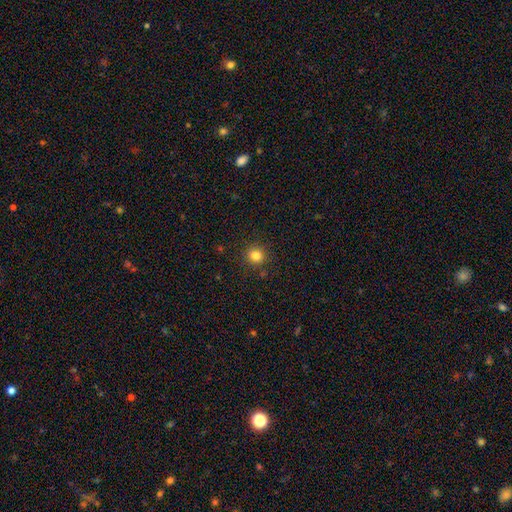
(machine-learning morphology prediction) Smooth or featured: smooth — 82% (star or artifact — 13%)
How rounded: round — 89% (in between — 10%)
Merging: none — 89% (minor disturbance — 7%)